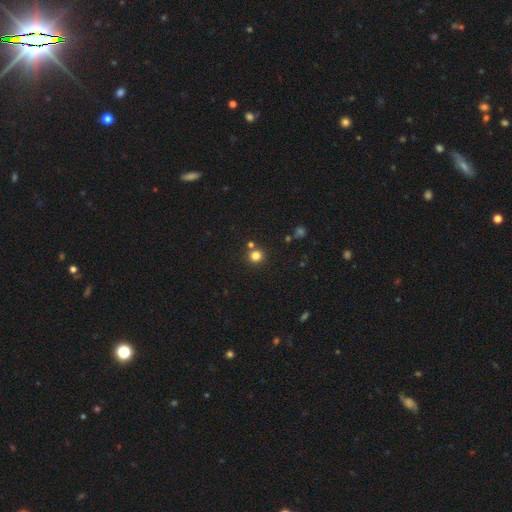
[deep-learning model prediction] smooth_or_featured: smooth (p=0.80) [alt: star or artifact p=0.15]
how_rounded: round (p=0.92) [alt: in between p=0.07]
merging: none (p=0.81) [alt: merger p=0.10]